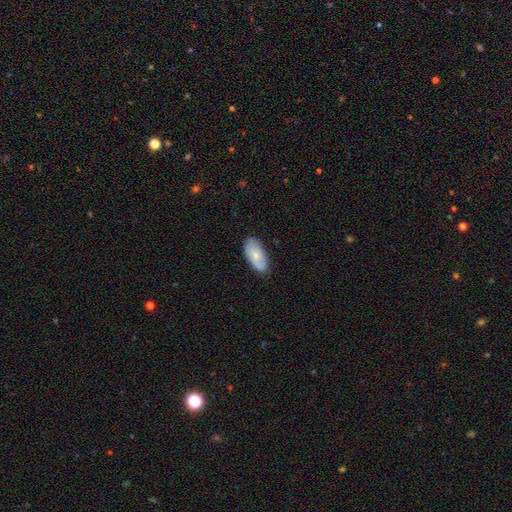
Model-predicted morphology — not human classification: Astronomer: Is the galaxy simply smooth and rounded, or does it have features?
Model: smooth — 68%.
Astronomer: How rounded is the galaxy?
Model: in between — 93%.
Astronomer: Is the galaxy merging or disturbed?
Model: none — 80%.